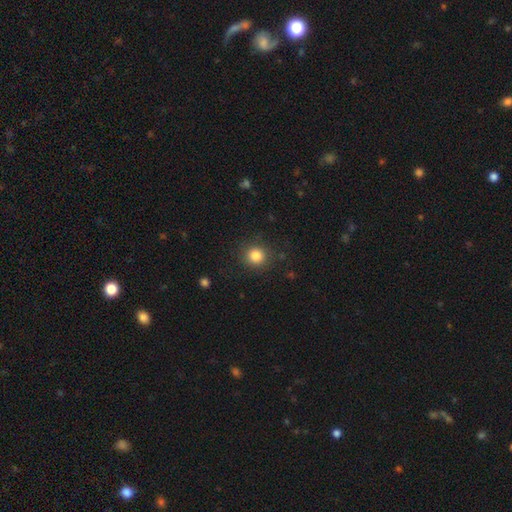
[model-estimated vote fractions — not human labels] This is clearly a smooth galaxy (84%). How rounded: clearly round (90%). Merging: clearly none (88%).